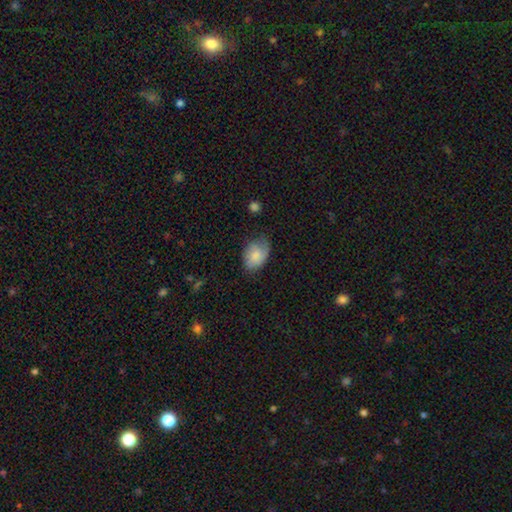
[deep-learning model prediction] Morphology: type=smooth (77%); roundness=in between (81%); merging=none (55%).